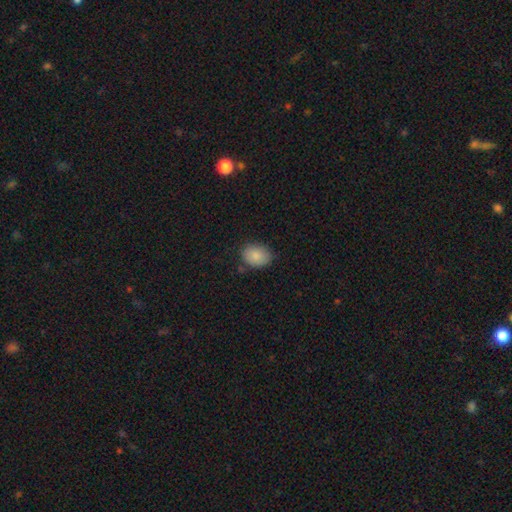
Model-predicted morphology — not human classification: smooth_or_featured: smooth (p=0.86) [alt: star or artifact p=0.08]
how_rounded: in between (p=0.63) [alt: round p=0.36]
merging: none (p=0.77) [alt: minor disturbance p=0.17]